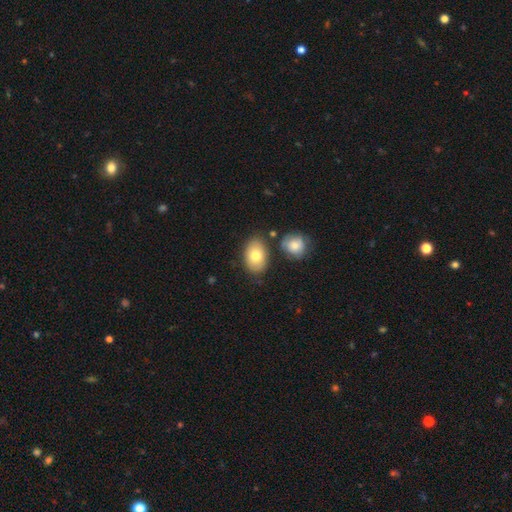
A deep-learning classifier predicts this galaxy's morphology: smooth-or-featured: smooth: 78% | featured or disk: 15% | star or artifact: 7%
  how-rounded: in between: 85% | round: 13% | cigar-shaped: 1%
  merging: none: 75% | minor disturbance: 13% | merger: 9% | major disturbance: 3%